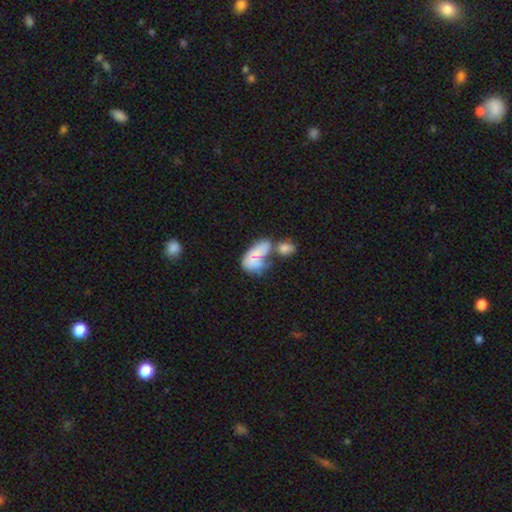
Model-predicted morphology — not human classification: smooth 66%, featured or disk 26%, star or artifact 8%. Down the decision tree: how rounded — in between (88%); merging — merger (60%).